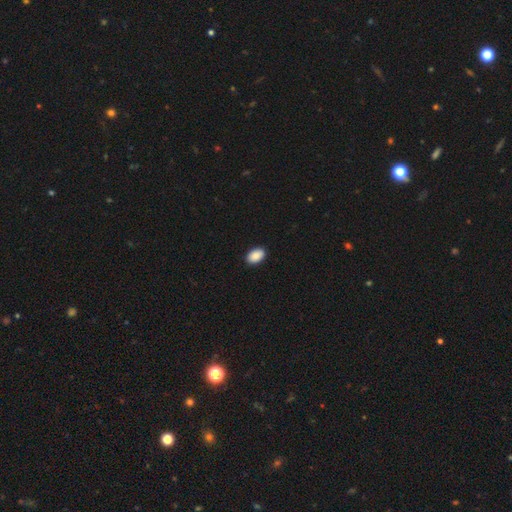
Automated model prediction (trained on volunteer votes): Q: Smooth or featured?
A: smooth (89%); runner-up: star or artifact (7%)
Q: How rounded?
A: in between (90%); runner-up: round (9%)
Q: Merging?
A: none (90%); runner-up: minor disturbance (7%)